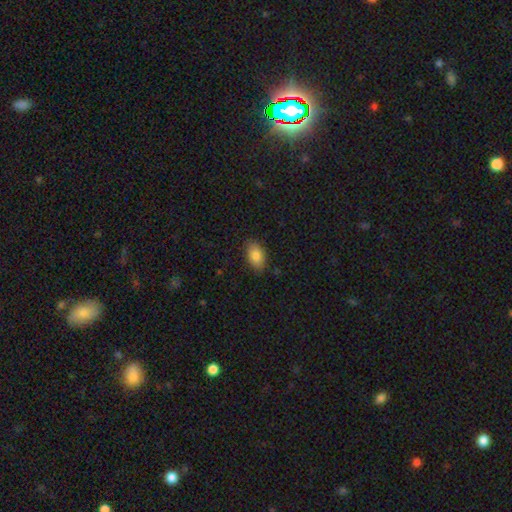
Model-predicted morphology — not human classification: smooth_or_featured: smooth (p=0.84) [alt: featured or disk p=0.08]
how_rounded: in between (p=0.91) [alt: round p=0.07]
merging: none (p=0.84) [alt: minor disturbance p=0.12]